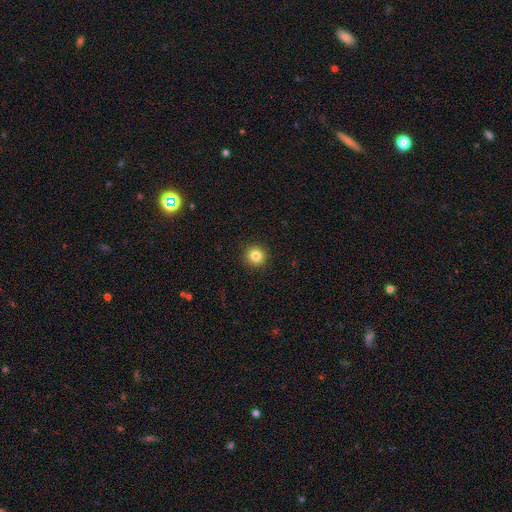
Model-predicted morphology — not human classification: smooth-or-featured: smooth: 84% | star or artifact: 11% | featured or disk: 6%
  how-rounded: round: 94% | in between: 5% | cigar-shaped: 1%
  merging: none: 93% | minor disturbance: 4% | major disturbance: 2% | merger: 1%